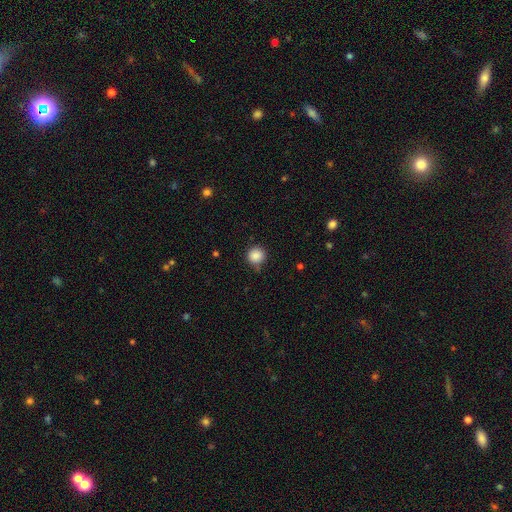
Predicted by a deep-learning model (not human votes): This is clearly a smooth galaxy (87%). How rounded: clearly round (93%). Merging: clearly none (82%).